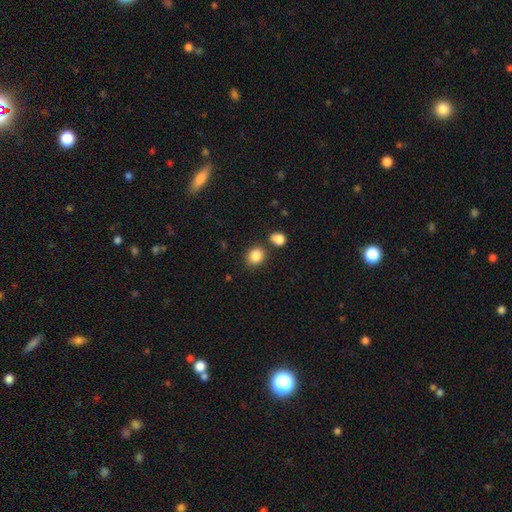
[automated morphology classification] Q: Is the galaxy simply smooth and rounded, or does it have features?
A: smooth — 86%.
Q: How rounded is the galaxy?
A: round — 65%.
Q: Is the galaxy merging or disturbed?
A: none — 74%.